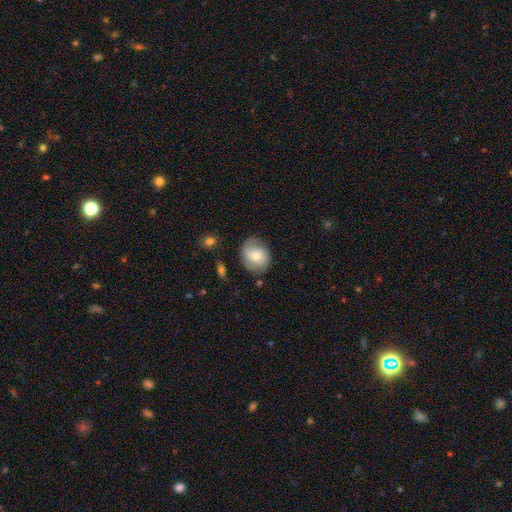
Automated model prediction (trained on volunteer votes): This appears to be a smooth galaxy with no disk features (51%) that is round (64%). Merging: none (72%).